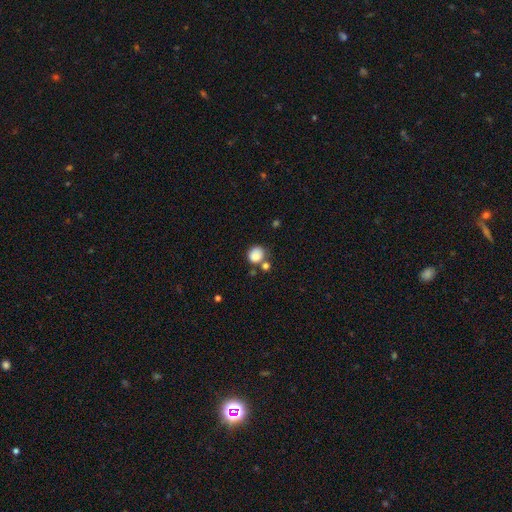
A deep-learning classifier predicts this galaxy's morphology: Smooth or featured? Predicted: smooth (p=0.85). How rounded? Predicted: round (p=0.79). Merging? Predicted: none (p=0.60).